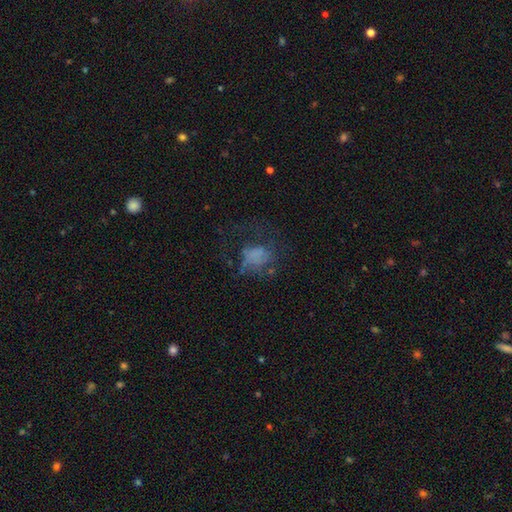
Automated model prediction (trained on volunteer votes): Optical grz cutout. It shows a smooth galaxy with no disk features (40%, tied with featured or disk). Merging: major disturbance (43%).